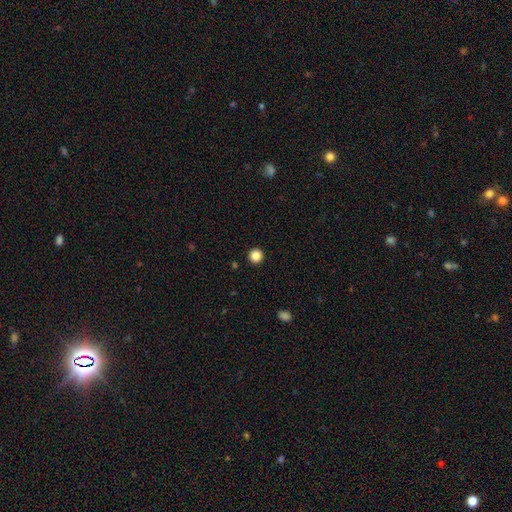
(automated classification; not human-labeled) smooth 86%, star or artifact 11%, featured or disk 3%. Down the decision tree: how rounded — round (96%); merging — none (93%).